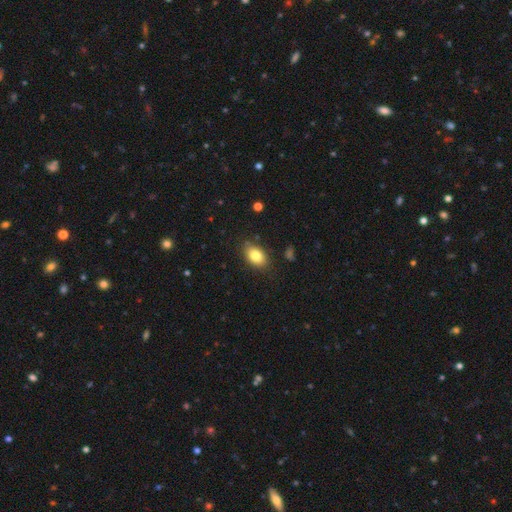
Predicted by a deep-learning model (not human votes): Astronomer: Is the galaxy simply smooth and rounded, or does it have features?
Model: smooth — 82%.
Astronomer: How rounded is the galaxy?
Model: in between — 86%.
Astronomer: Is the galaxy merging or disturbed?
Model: none — 83%.